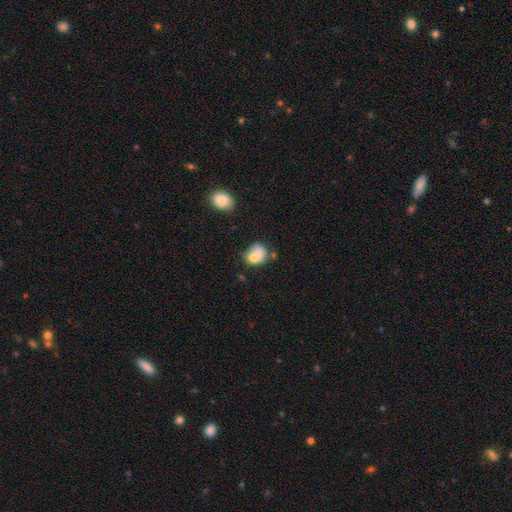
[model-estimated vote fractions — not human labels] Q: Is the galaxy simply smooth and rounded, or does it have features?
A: smooth — 75%.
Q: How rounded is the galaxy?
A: round — 54%.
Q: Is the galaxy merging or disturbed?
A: none — 39%.